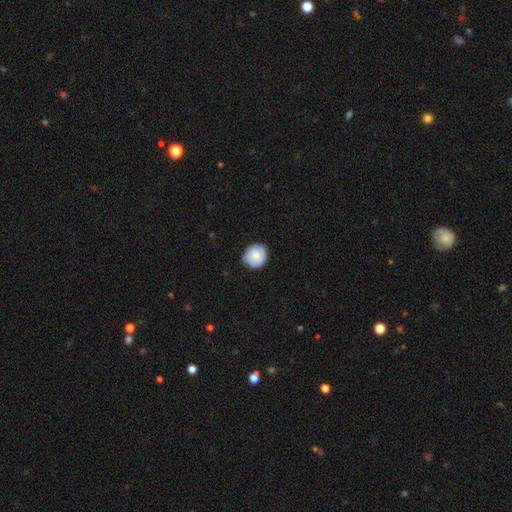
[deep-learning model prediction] smooth_or_featured: smooth (p=0.70) [alt: featured or disk p=0.23]
how_rounded: round (p=0.87) [alt: in between p=0.12]
merging: none (p=0.78) [alt: minor disturbance p=0.18]